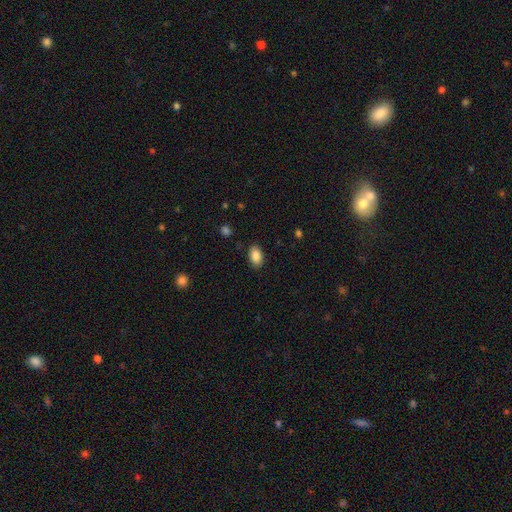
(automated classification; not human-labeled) smooth 88%, star or artifact 8%, featured or disk 4%. Down the decision tree: how rounded — in between (91%); merging — none (86%).